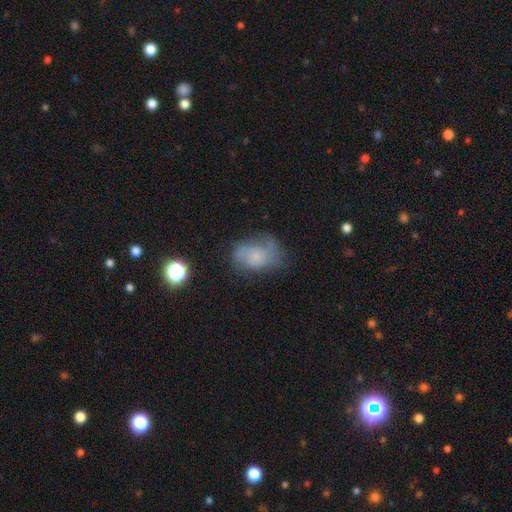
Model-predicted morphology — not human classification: Smooth or featured? featured or disk (50%)
Merging? none (49%)